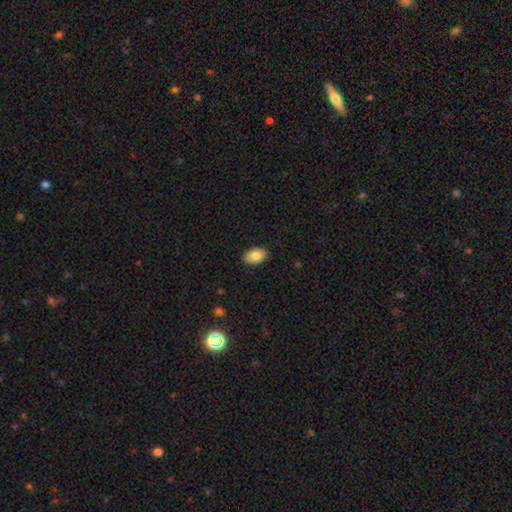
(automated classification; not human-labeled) smooth_or_featured: smooth (p=0.83) [alt: featured or disk p=0.10]
how_rounded: in between (p=0.89) [alt: round p=0.10]
merging: none (p=0.88) [alt: minor disturbance p=0.10]